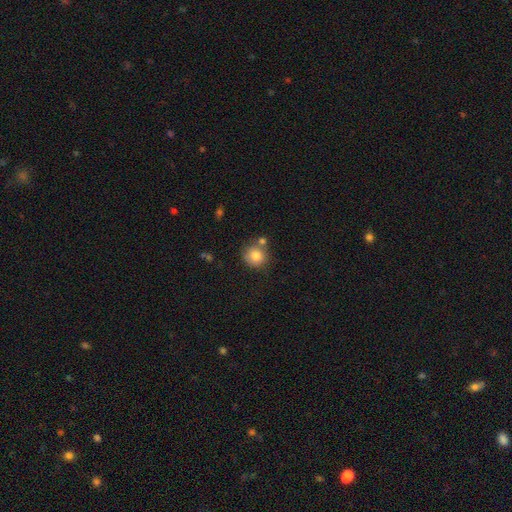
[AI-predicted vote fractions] This appears to be a smooth galaxy with no disk features (81%) that is round (90%). Merging: none (67%).